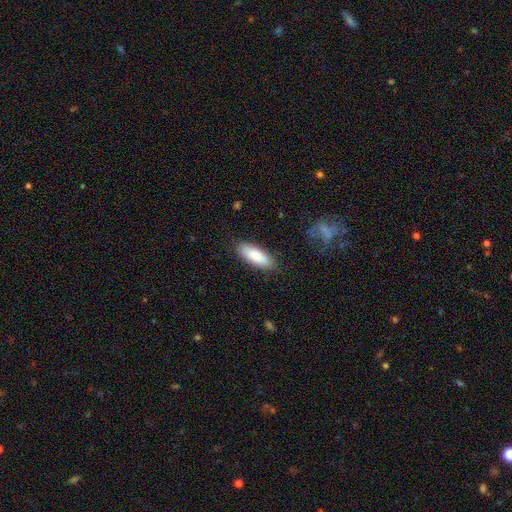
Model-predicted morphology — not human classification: Q: Smooth or featured?
A: smooth (83%); runner-up: featured or disk (12%)
Q: How rounded?
A: in between (68%); runner-up: cigar-shaped (30%)
Q: Merging?
A: none (85%); runner-up: minor disturbance (11%)